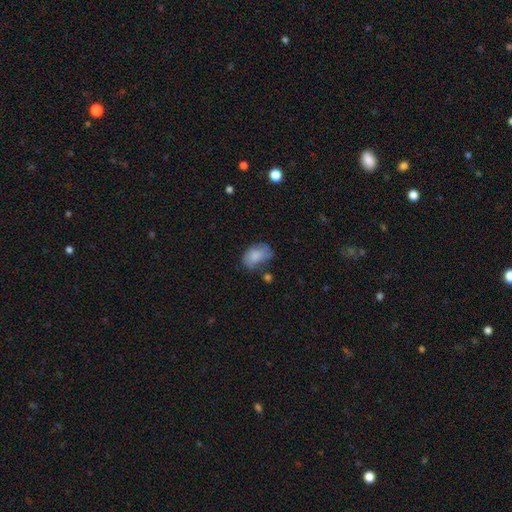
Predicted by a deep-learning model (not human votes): smooth_or_featured: smooth (p=0.76) [alt: featured or disk p=0.16]
how_rounded: in between (p=0.86) [alt: round p=0.12]
merging: none (p=0.49) [alt: minor disturbance p=0.31]